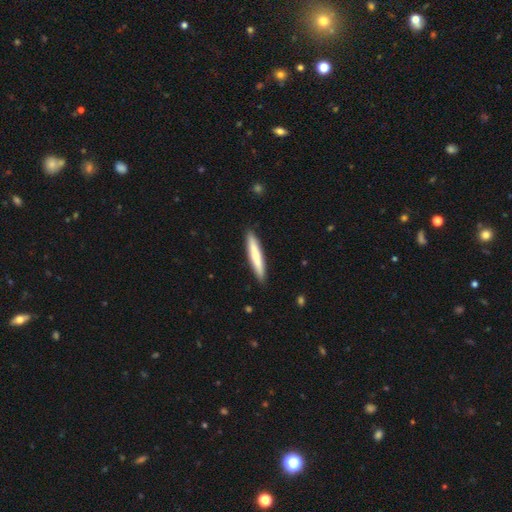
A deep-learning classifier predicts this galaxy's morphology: A smooth galaxy with no disk features (70%) that is cigar-shaped (93%).

Vote fractions:
- Smooth or featured? smooth: 70% / featured or disk: 25% / star or artifact: 5%
- How rounded? cigar-shaped: 93% / in between: 6% / round: 1%
- Merging? none: 90% / minor disturbance: 7% / major disturbance: 1% / merger: 1%